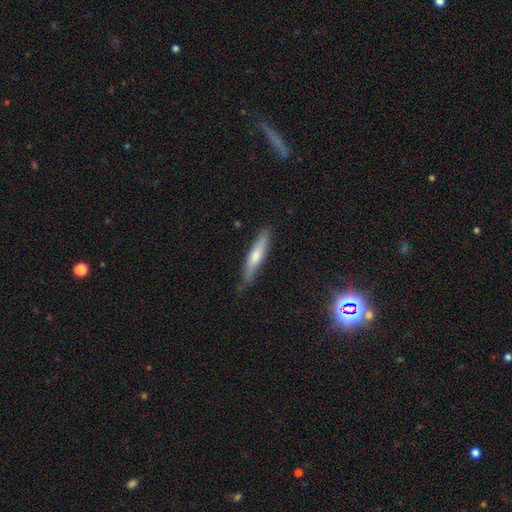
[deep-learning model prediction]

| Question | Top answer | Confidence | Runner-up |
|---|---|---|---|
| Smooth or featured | featured or disk | 46% | smooth (41%) |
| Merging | none | 82% | minor disturbance (14%) |